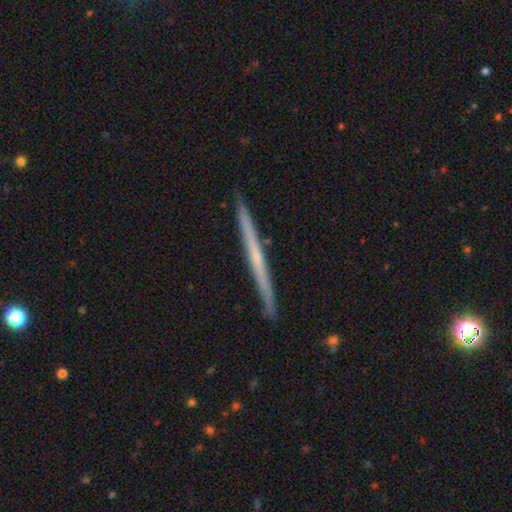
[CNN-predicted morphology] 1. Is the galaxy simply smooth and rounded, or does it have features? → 64% featured or disk, 30% smooth, 6% star or artifact.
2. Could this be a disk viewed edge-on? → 98% yes, 2% no.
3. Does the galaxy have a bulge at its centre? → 77% none, 19% rounded, 4% boxy.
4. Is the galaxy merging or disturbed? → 92% none, 6% minor disturbance, 1% merger, 1% major disturbance.